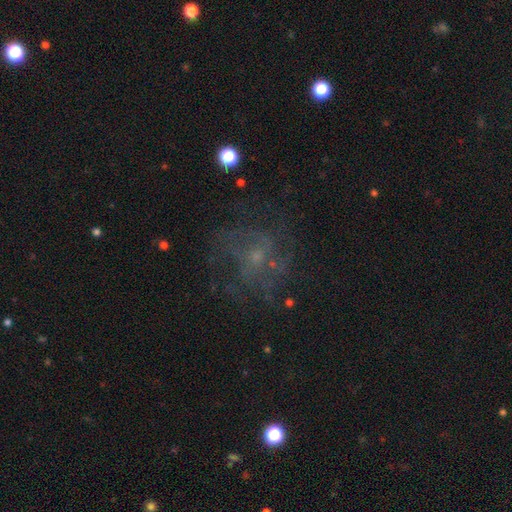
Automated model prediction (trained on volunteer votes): Overall: featured or disk (57%; smooth 22%). Edge-on disk: no (97%). Bar: no (77%). Spiral arms: yes (60%; no 40%). Bulge size: small (60%; moderate 22%). Merging: none (63%).